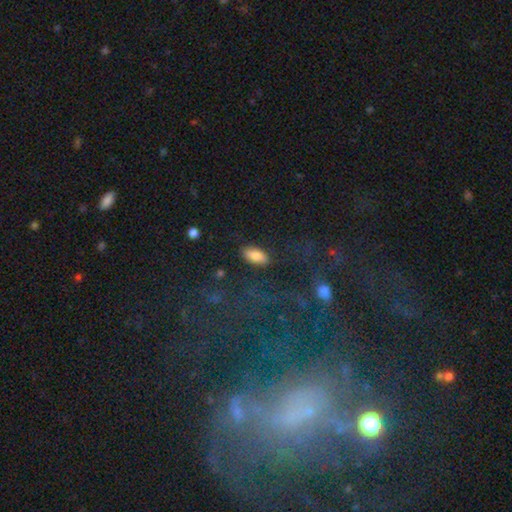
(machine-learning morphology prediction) The model was most divided on "merging": none: 82%, minor disturbance: 12%, major disturbance: 4%, merger: 2%. More confident: how rounded — in between (89%); smooth or featured — smooth (83%).